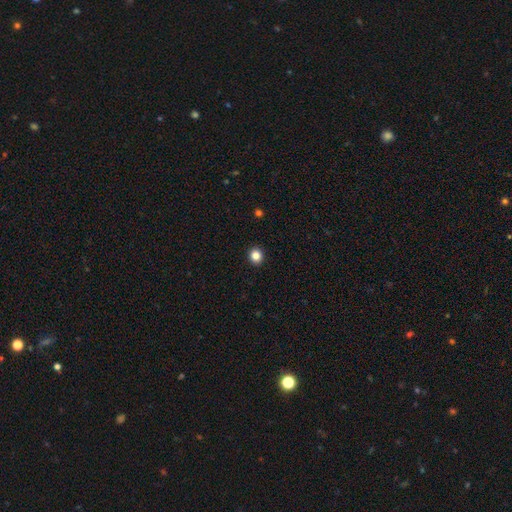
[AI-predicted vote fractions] Smooth or featured? smooth (84%)
How rounded? round (87%)
Merging? none (94%)